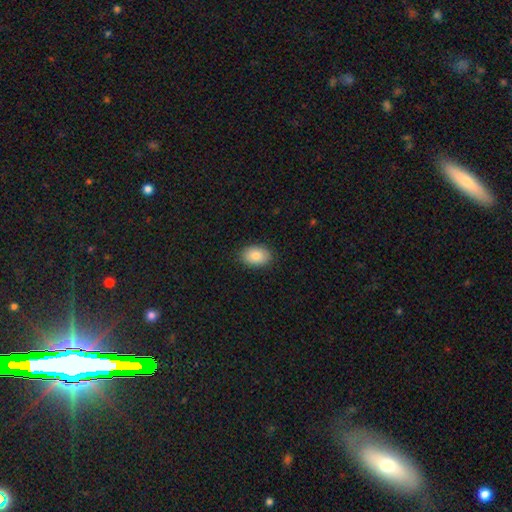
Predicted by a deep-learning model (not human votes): Smooth or featured? Predicted: smooth (p=0.86). How rounded? Predicted: in between (p=0.82). Merging? Predicted: none (p=0.89).